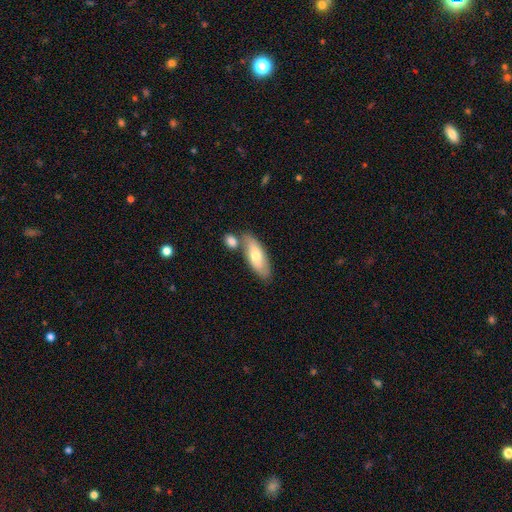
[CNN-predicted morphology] This appears to be a smooth galaxy with no disk features (67%) that is in between round and cigar-shaped (72%). Merging: none (59%).